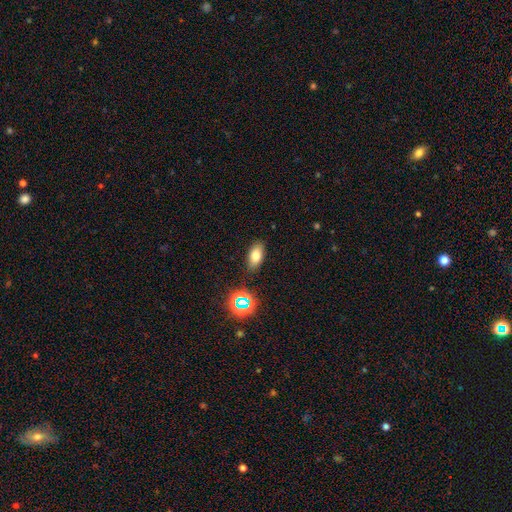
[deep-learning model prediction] Overall: smooth (74%). How rounded: in between (86%). Merging: none (85%).